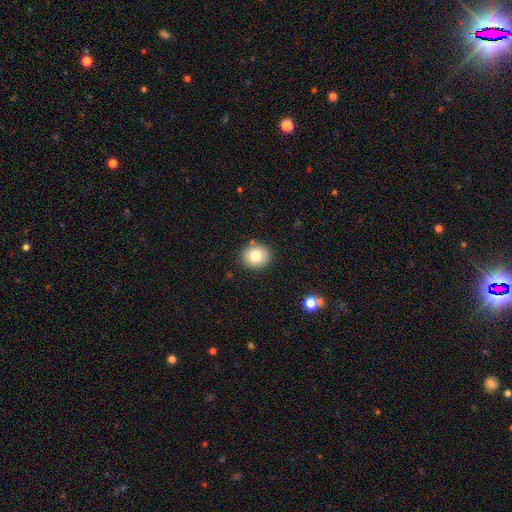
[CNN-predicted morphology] This is likely a smooth galaxy (80%). How rounded: likely round (79%). Merging: clearly none (87%).